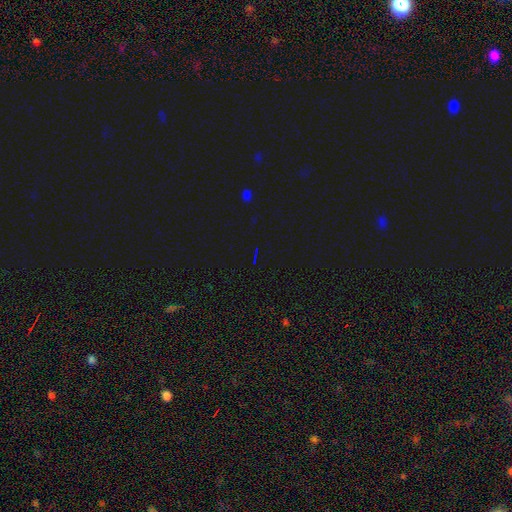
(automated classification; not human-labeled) Overall: star or artifact (75%).